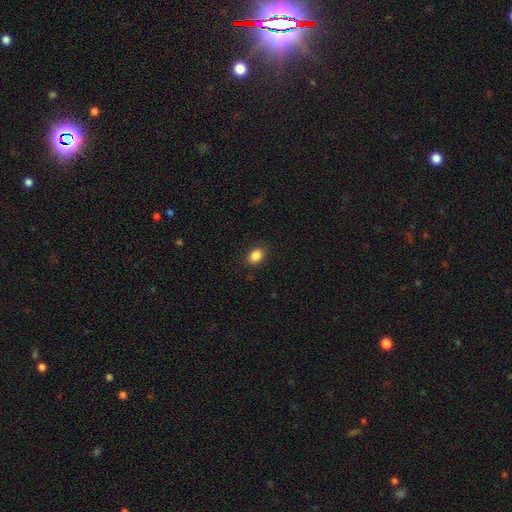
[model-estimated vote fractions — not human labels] The model was most divided on "how rounded": in between: 66%, round: 33%, cigar-shaped: 1%. More confident: merging — none (87%); smooth or featured — smooth (86%).